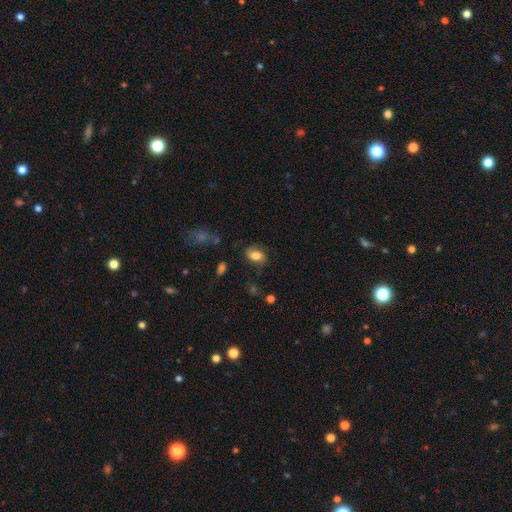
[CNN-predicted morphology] Overall: smooth (72%). How rounded: in between (84%). Merging: none (70%).